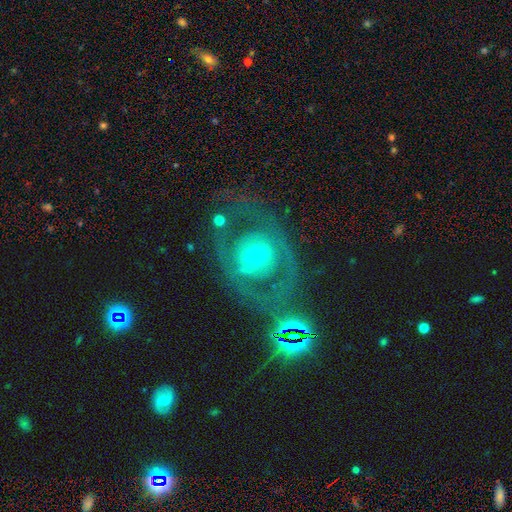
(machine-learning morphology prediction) A featured or disk galaxy (77%) with no bar (67%), 2 (63%) tight (47%) spiral arms (75%) and a small central bulge (52%). Merging: none (55%).